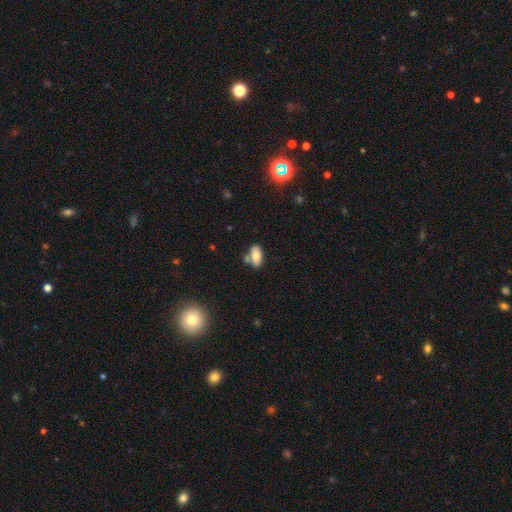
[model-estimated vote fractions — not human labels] A smooth galaxy with no disk features (79%) that is in between round and cigar-shaped (91%). Merging: none (62%).